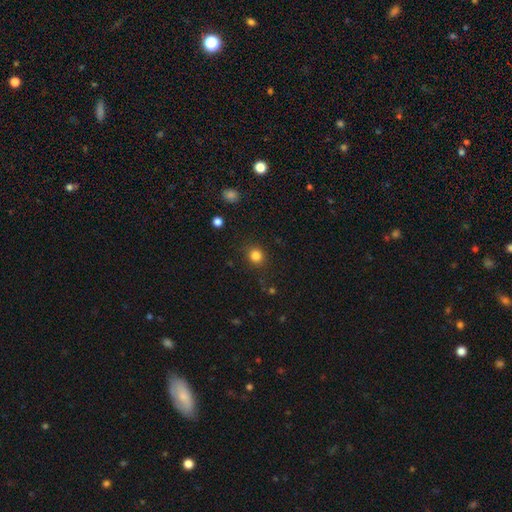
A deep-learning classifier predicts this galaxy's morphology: This is clearly a smooth galaxy (83%). How rounded: clearly round (83%). Merging: clearly none (88%).